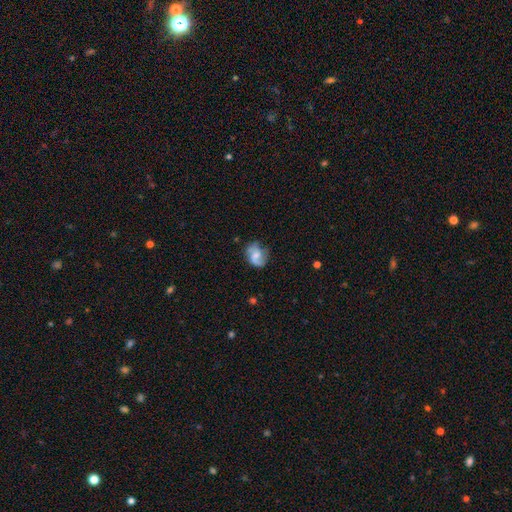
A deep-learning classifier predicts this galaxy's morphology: A featured or disk galaxy (53%) with no bar (57%), spiral arms (82%) and a moderate central bulge (43%).

Vote fractions:
- Smooth or featured? featured or disk: 53% / smooth: 39% / star or artifact: 8%
- Edge-on disk? no: 97% / yes: 3%
- Bar? no: 57% / weak: 35% / strong: 8%
- Spiral arms? yes: 82% / no: 18%
- Bulge size? moderate: 43% / small: 36% / none: 14% / large: 6% / dominant: 1%
- Merging? none: 57% / minor disturbance: 28% / major disturbance: 13% / merger: 2%